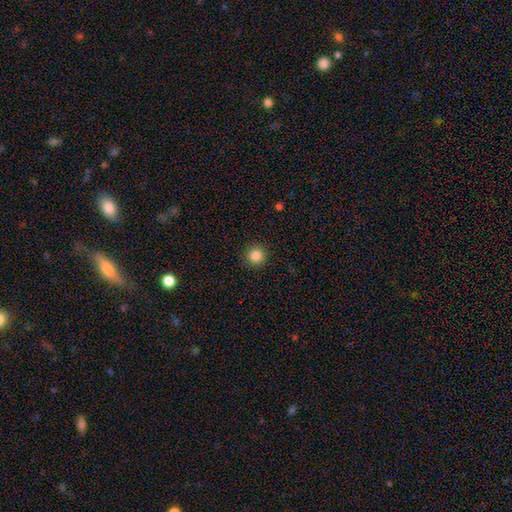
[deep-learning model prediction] Smooth or featured: smooth — 85% (star or artifact — 11%)
How rounded: round — 95% (in between — 4%)
Merging: none — 92% (minor disturbance — 5%)